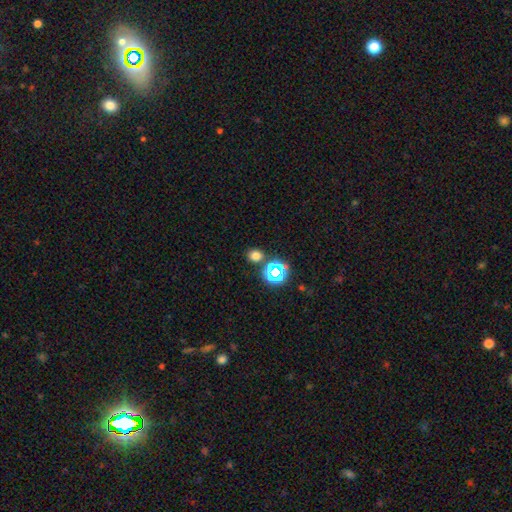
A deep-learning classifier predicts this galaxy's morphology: smooth 70%, star or artifact 24%, featured or disk 6%. Down the decision tree: how rounded — round (76%); merging — none (79%).